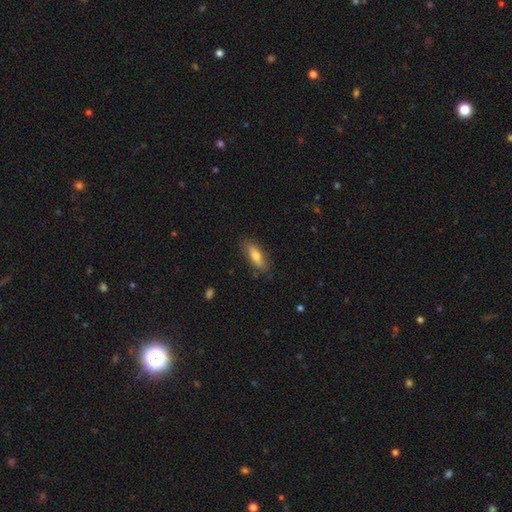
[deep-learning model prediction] smooth 71%, featured or disk 22%, star or artifact 7%. Down the decision tree: how rounded — in between (60%); merging — none (81%).